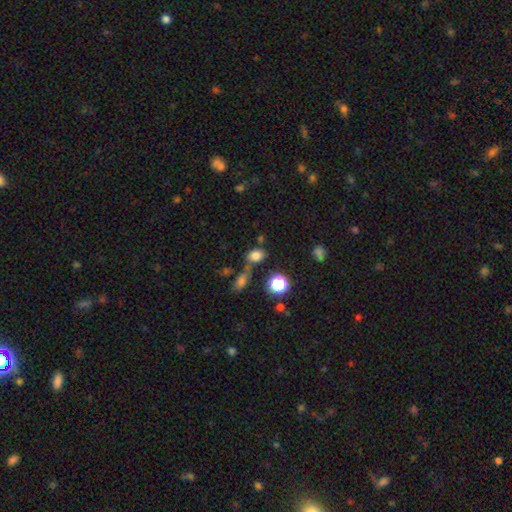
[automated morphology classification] Smooth or featured? smooth (78%)
How rounded? in between (66%)
Merging? none (61%)